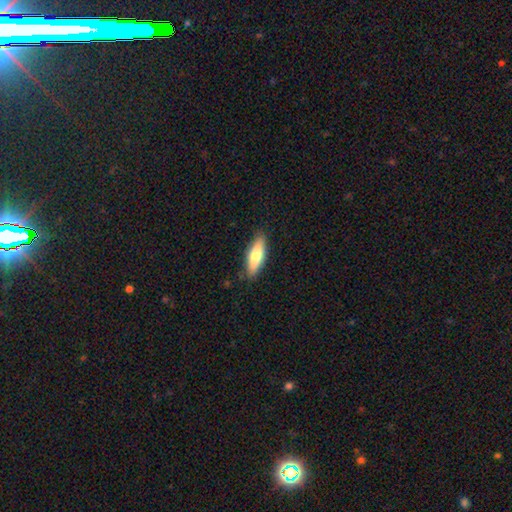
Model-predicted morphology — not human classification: This appears to be a smooth galaxy with no disk features (69%) that is in between round and cigar-shaped (52%). Merging: none (86%).